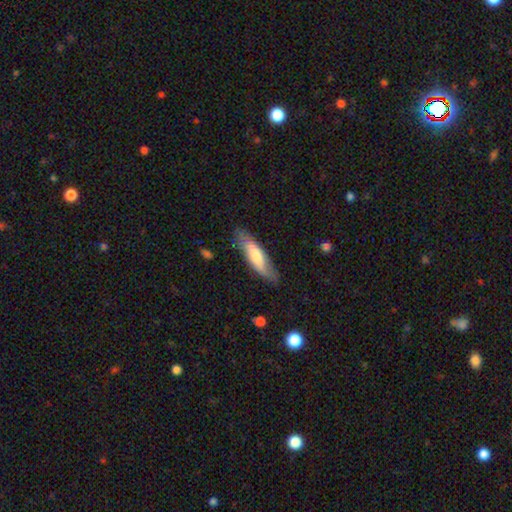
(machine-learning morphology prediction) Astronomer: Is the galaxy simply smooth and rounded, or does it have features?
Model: smooth — 60%.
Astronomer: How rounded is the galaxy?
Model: cigar-shaped — 65%.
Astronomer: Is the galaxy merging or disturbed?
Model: none — 78%.